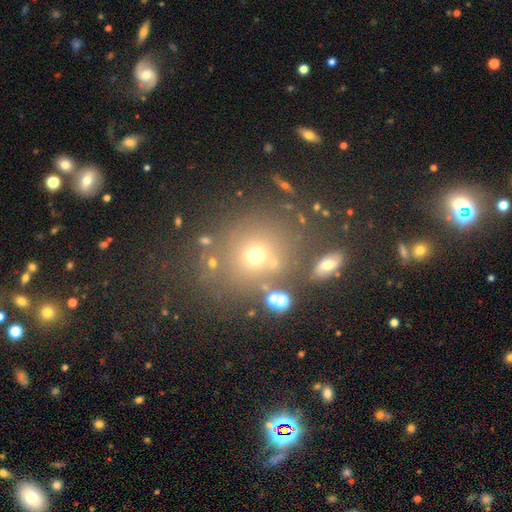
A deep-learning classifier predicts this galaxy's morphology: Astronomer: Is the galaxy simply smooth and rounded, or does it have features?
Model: smooth — 64%.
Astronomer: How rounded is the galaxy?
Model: round — 82%.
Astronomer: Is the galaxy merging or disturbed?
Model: none — 70%.